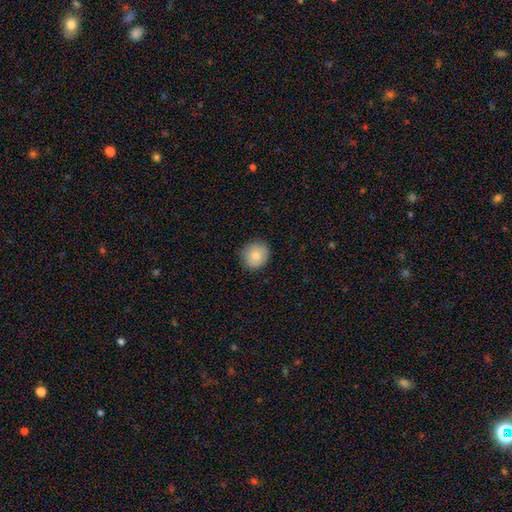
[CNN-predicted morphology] smooth-or-featured: smooth: 84% | featured or disk: 8% | star or artifact: 8%
  how-rounded: round: 86% | in between: 13% | cigar-shaped: 1%
  merging: none: 87% | minor disturbance: 10% | major disturbance: 2% | merger: 1%